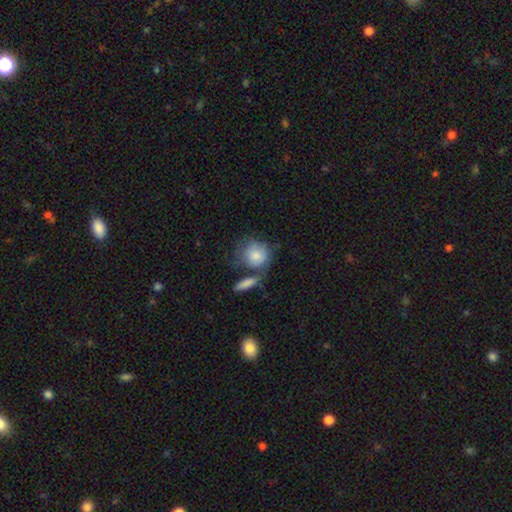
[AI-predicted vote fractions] Q: Smooth or featured?
A: smooth (80%); runner-up: featured or disk (14%)
Q: How rounded?
A: round (77%); runner-up: in between (21%)
Q: Merging?
A: none (46%); runner-up: merger (26%)